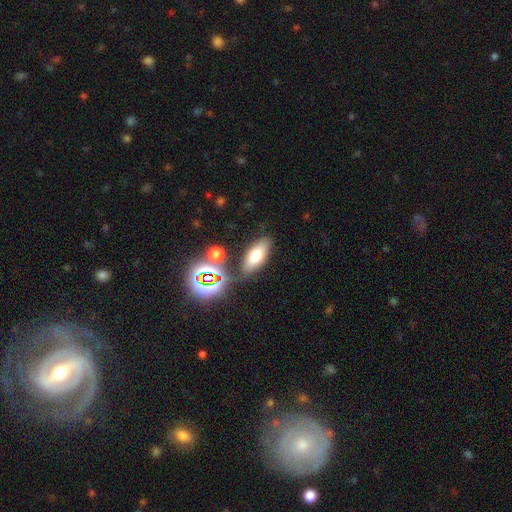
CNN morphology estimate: Smooth or featured? Predicted: smooth (p=0.67). How rounded? Predicted: in between (p=0.79). Merging? Predicted: none (p=0.77).